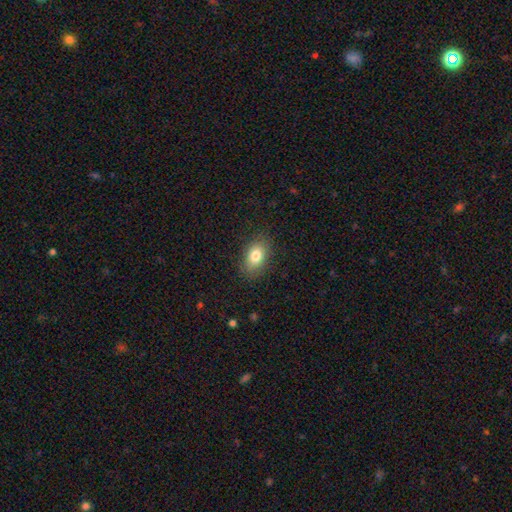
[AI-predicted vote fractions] smooth_or_featured: smooth (p=0.81) [alt: featured or disk p=0.10]
how_rounded: in between (p=0.85) [alt: round p=0.13]
merging: none (p=0.84) [alt: minor disturbance p=0.11]